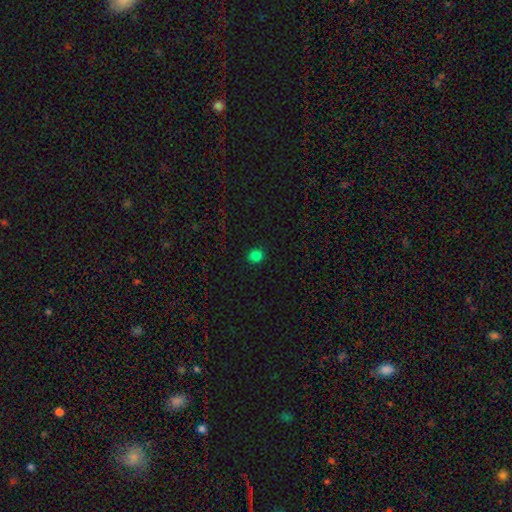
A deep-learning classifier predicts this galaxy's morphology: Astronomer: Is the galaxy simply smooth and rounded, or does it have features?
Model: smooth — 81%.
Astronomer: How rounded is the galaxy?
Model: round — 79%.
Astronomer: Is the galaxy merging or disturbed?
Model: none — 90%.